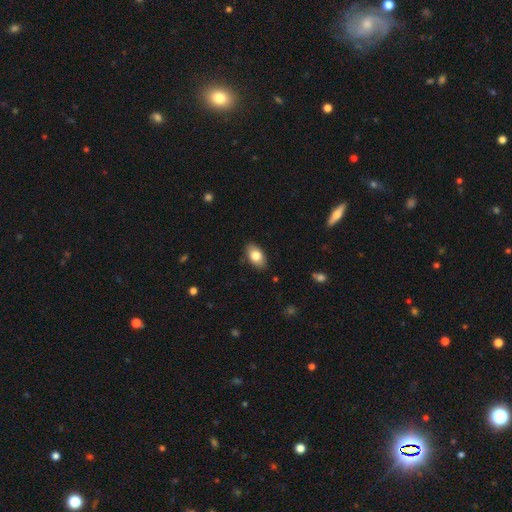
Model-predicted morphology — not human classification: Smooth or featured? smooth (80%)
How rounded? in between (92%)
Merging? none (87%)